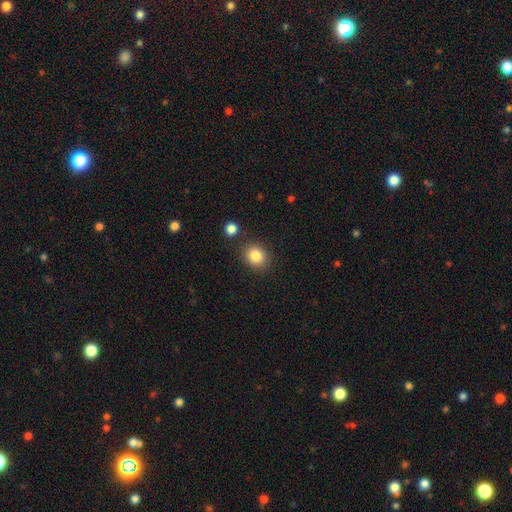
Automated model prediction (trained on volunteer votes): Smooth or featured? smooth (85%)
How rounded? round (70%)
Merging? none (84%)